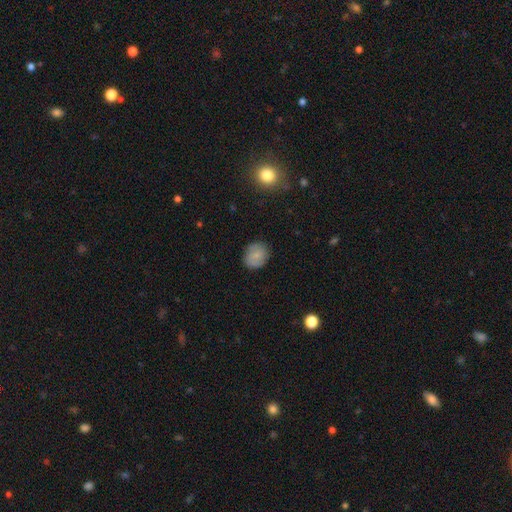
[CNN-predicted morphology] Smooth or featured?
  - smooth: 72% *
  - featured or disk: 20%
  - star or artifact: 8%
How rounded?
  - round: 70% *
  - in between: 29%
  - cigar-shaped: 1%
Merging?
  - none: 83% *
  - minor disturbance: 13%
  - major disturbance: 3%
  - merger: 1%